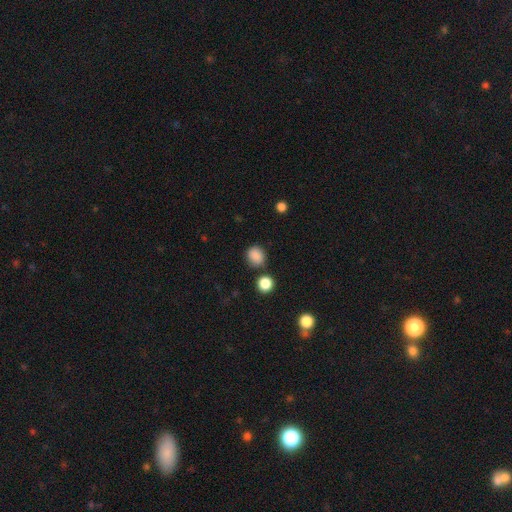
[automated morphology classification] Smooth or featured: smooth — 85% (star or artifact — 11%)
How rounded: round — 77% (in between — 22%)
Merging: none — 78% (minor disturbance — 12%)